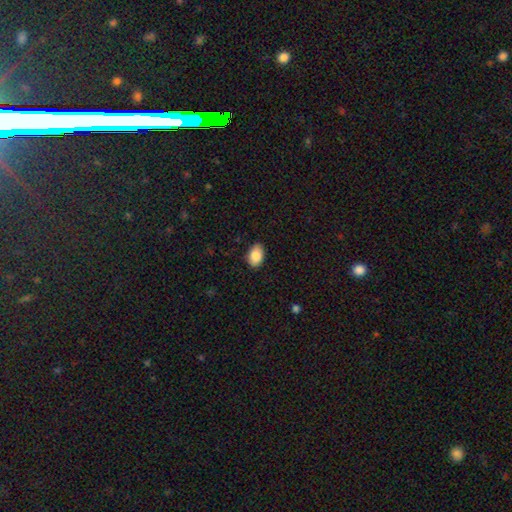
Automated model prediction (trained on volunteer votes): A smooth galaxy with no disk features (88%) that is in between round and cigar-shaped (90%).

Vote fractions:
- Smooth or featured? smooth: 88% / star or artifact: 7% / featured or disk: 6%
- How rounded? in between: 90% / round: 9% / cigar-shaped: 1%
- Merging? none: 85% / minor disturbance: 12% / major disturbance: 2% / merger: 1%